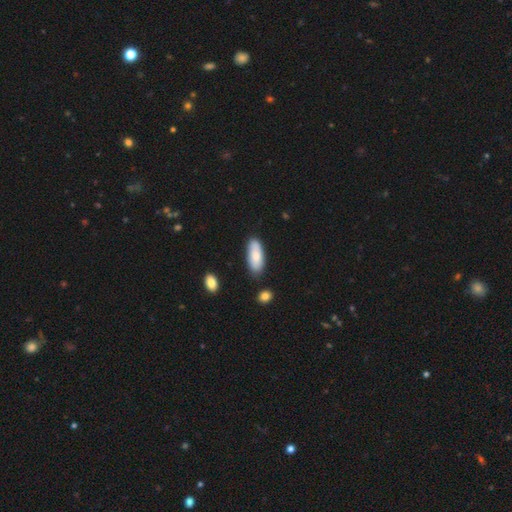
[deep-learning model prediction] This is likely a smooth galaxy (79%). How rounded: clearly in between (80%). Merging: likely none (79%).